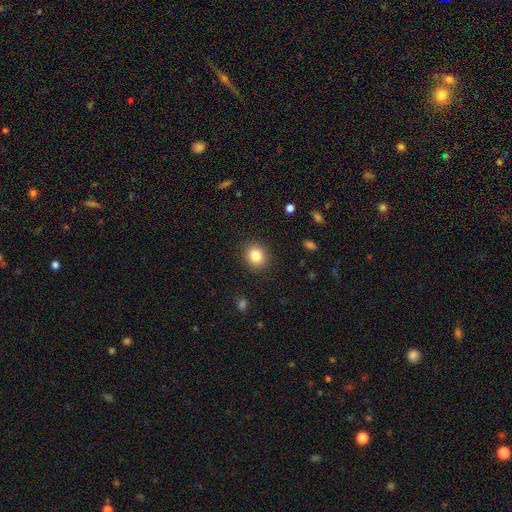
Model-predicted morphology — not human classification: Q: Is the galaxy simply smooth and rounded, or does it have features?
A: smooth — 84%.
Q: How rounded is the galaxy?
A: round — 75%.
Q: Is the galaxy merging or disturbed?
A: none — 90%.